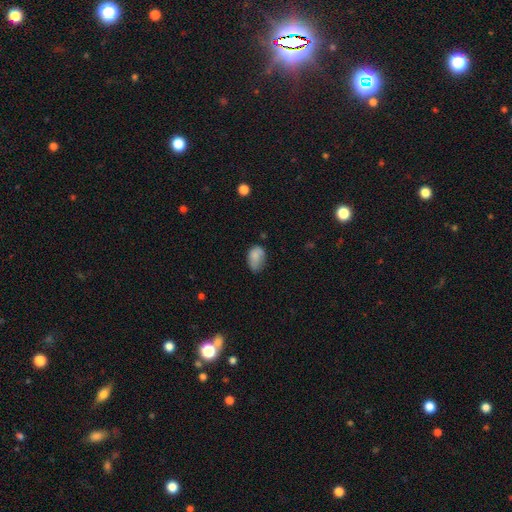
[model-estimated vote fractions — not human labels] smooth 78%, featured or disk 13%, star or artifact 8%. Down the decision tree: how rounded — in between (85%); merging — none (49%).